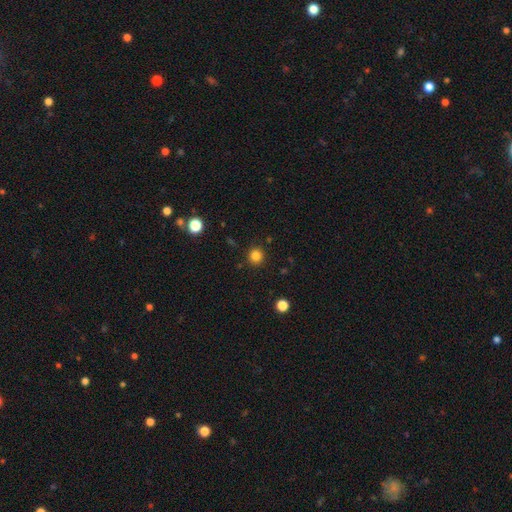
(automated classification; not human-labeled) A smooth galaxy with no disk features (83%) that is round (93%).

Vote fractions:
- Smooth or featured? smooth: 83% / star or artifact: 13% / featured or disk: 4%
- How rounded? round: 93% / in between: 6% / cigar-shaped: 1%
- Merging? none: 90% / minor disturbance: 6% / major disturbance: 2% / merger: 2%